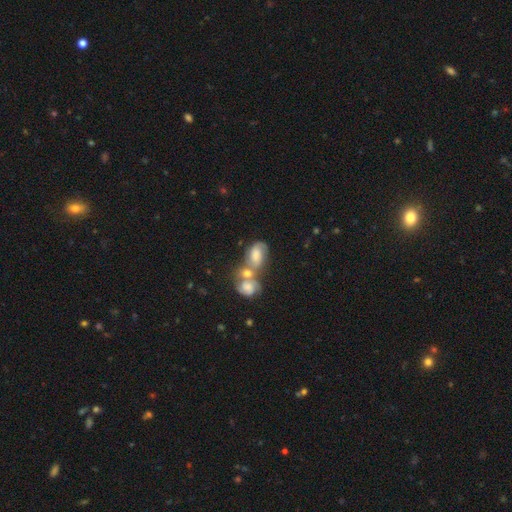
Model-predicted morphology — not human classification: Q: Smooth or featured?
A: smooth (43%); tied with: featured or disk (43%)
Q: Merging?
A: merger (62%); runner-up: none (20%)